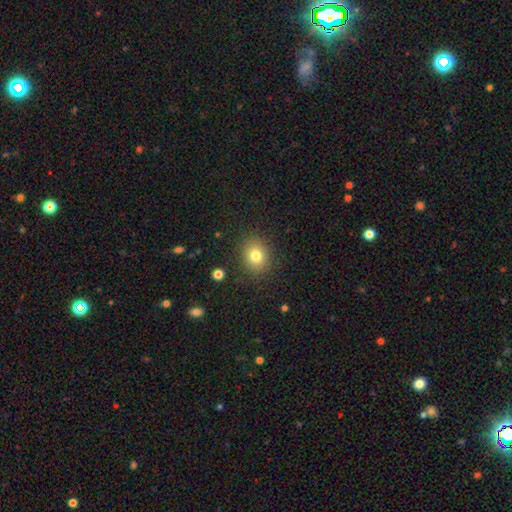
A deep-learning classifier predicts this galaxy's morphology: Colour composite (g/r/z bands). It shows a smooth galaxy with no disk features (79%) that is round (65%). Merging: none (87%).